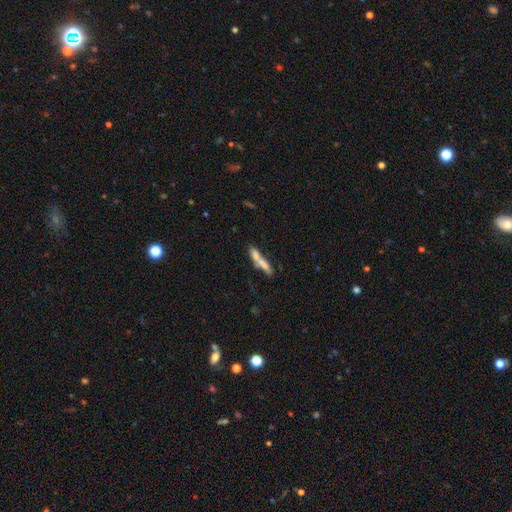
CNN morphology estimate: A smooth galaxy with no disk features (61%) that is cigar-shaped (77%).

Vote fractions:
- Smooth or featured? smooth: 61% / featured or disk: 30% / star or artifact: 9%
- How rounded? cigar-shaped: 77% / in between: 20% / round: 3%
- Merging? merger: 43% / none: 37% / minor disturbance: 13% / major disturbance: 7%